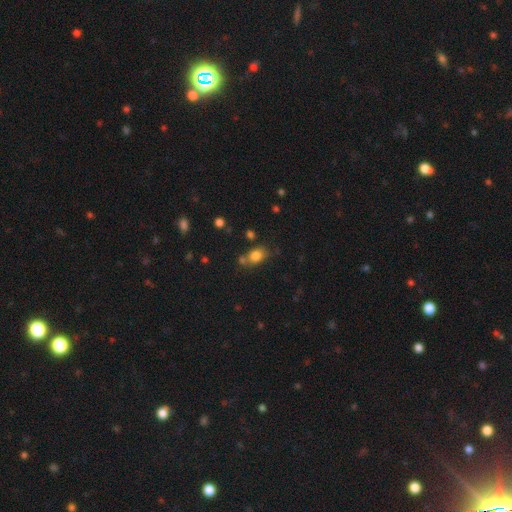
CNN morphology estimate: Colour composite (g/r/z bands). It shows a smooth galaxy with no disk features (81%) that is in between round and cigar-shaped (65%). Merging: none (60%).